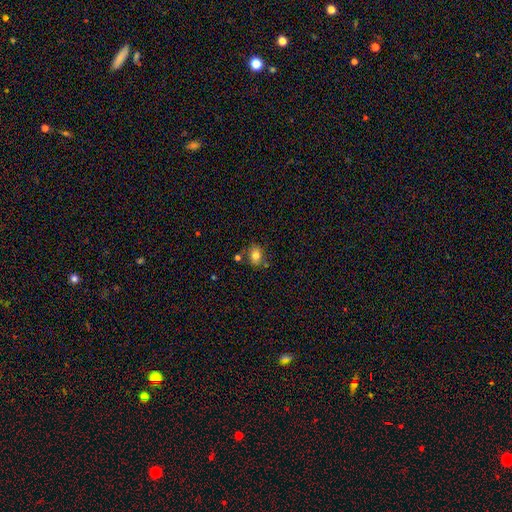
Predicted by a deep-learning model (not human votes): smooth-or-featured: smooth: 78% | star or artifact: 11% | featured or disk: 11%
  how-rounded: round: 50% | in between: 49% | cigar-shaped: 1%
  merging: none: 68% | minor disturbance: 16% | merger: 11% | major disturbance: 4%